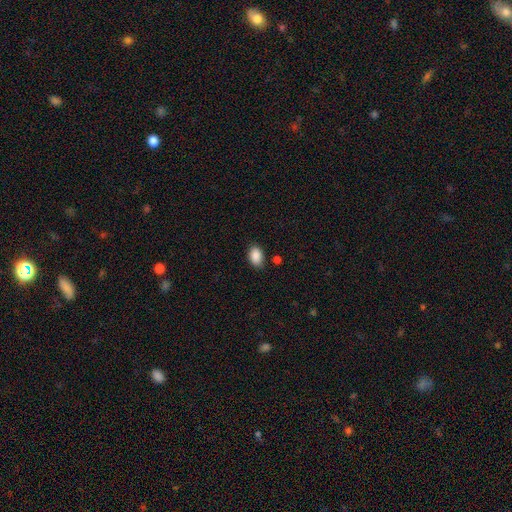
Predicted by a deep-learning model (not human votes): smooth-or-featured: smooth: 89% | star or artifact: 8% | featured or disk: 4%
  how-rounded: in between: 87% | round: 11% | cigar-shaped: 1%
  merging: none: 82% | minor disturbance: 12% | major disturbance: 3% | merger: 3%